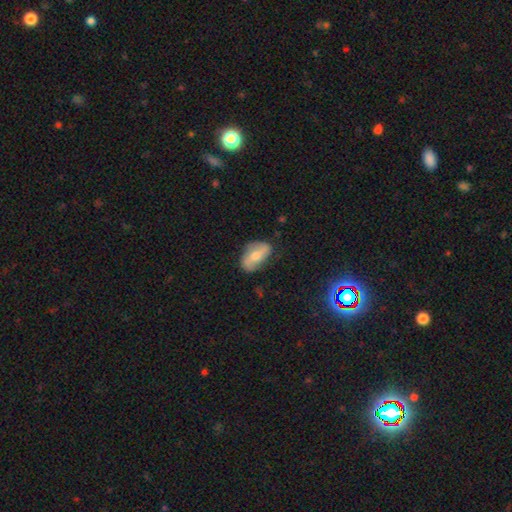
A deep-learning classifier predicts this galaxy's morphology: Overall: smooth (49%; featured or disk 45%). Merging: none (71%).